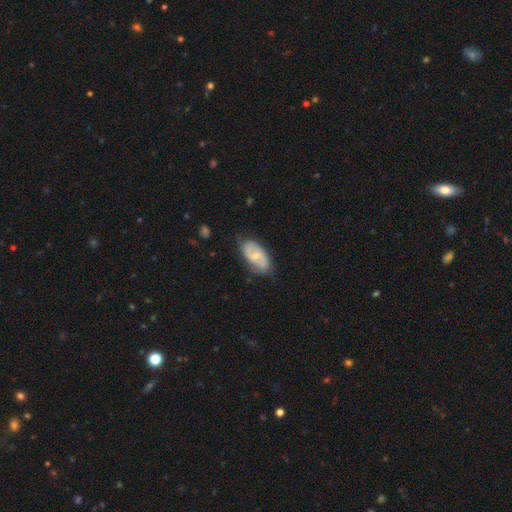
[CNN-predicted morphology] smooth_or_featured: featured or disk (p=0.60) [alt: smooth p=0.34]
disk_edge_on: no (p=0.94) [alt: yes p=0.06]
bar: no (p=0.58) [alt: weak p=0.34]
has_spiral_arms: yes (p=0.76) [alt: no p=0.24]
bulge_size: small (p=0.48) [alt: moderate p=0.47]
merging: none (p=0.71) [alt: minor disturbance p=0.23]